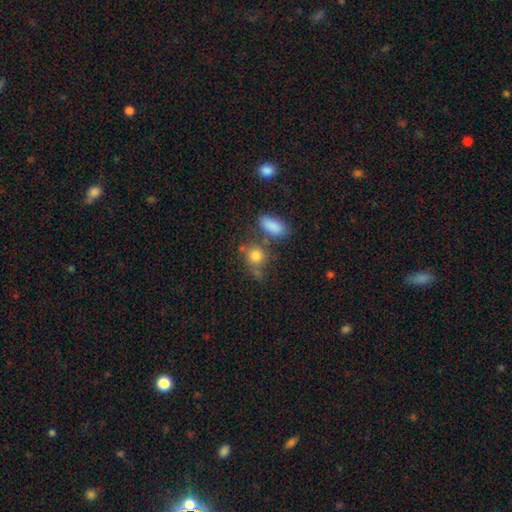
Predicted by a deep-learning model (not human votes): smooth-or-featured: smooth: 77% | featured or disk: 11% | star or artifact: 11%
  how-rounded: round: 64% | in between: 33% | cigar-shaped: 3%
  merging: none: 51% | merger: 23% | minor disturbance: 17% | major disturbance: 9%